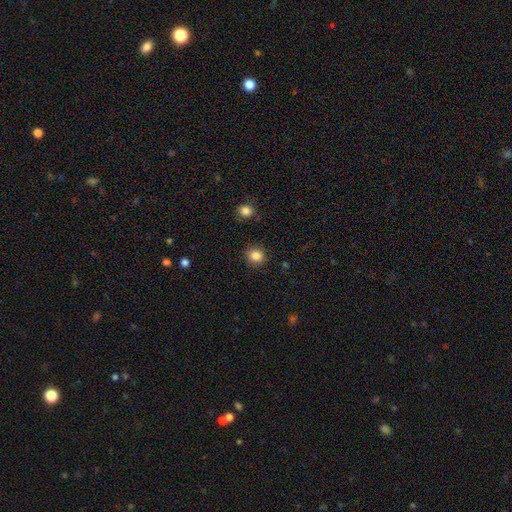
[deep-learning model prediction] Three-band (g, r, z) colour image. It shows a smooth galaxy with no disk features (85%) that is round (88%). Merging: none (90%).